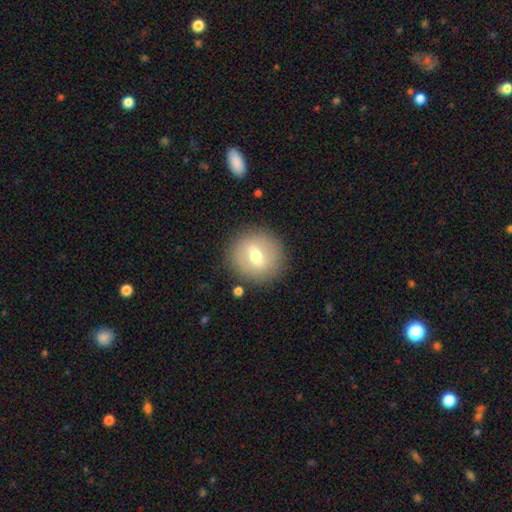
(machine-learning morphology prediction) A smooth galaxy with no disk features (58%) that is round (87%).

Vote fractions:
- Smooth or featured? smooth: 58% / featured or disk: 34% / star or artifact: 8%
- How rounded? round: 87% / in between: 12% / cigar-shaped: 1%
- Merging? none: 87% / minor disturbance: 8% / major disturbance: 3% / merger: 2%